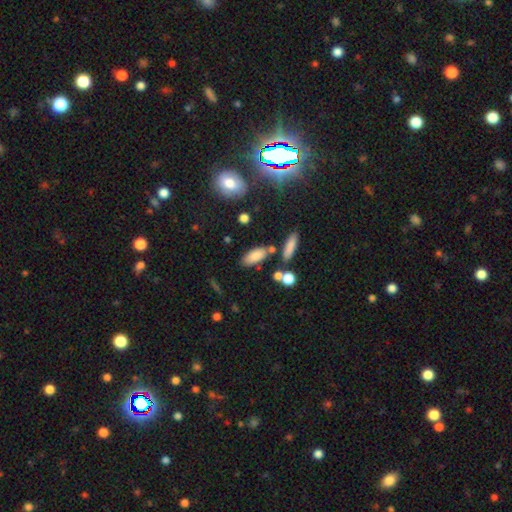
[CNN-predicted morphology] type=smooth (82%); roundness=in between (81%); merging=none (71%).